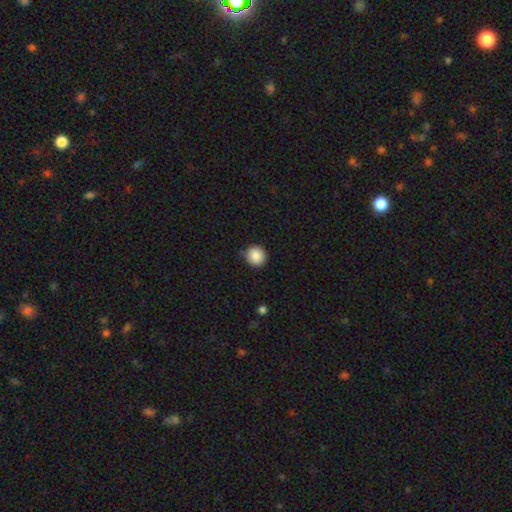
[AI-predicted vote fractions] A smooth galaxy with no disk features (88%) that is round (89%).

Vote fractions:
- Smooth or featured? smooth: 88% / star or artifact: 9% / featured or disk: 3%
- How rounded? round: 89% / in between: 10% / cigar-shaped: 1%
- Merging? none: 84% / minor disturbance: 12% / major disturbance: 2% / merger: 1%